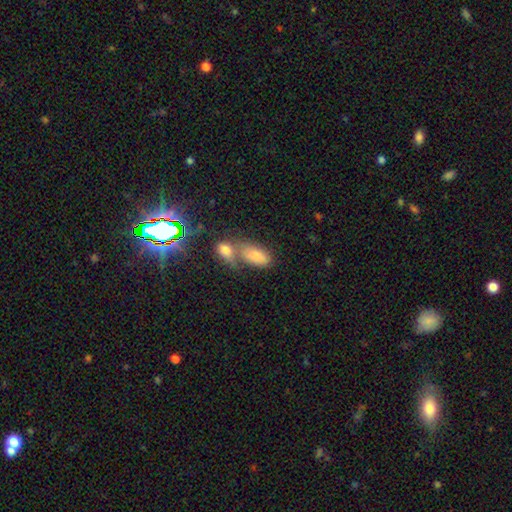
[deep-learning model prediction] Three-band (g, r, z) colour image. It shows a smooth galaxy with no disk features (79%) that is in between round and cigar-shaped (91%). Merging: merger (50%).